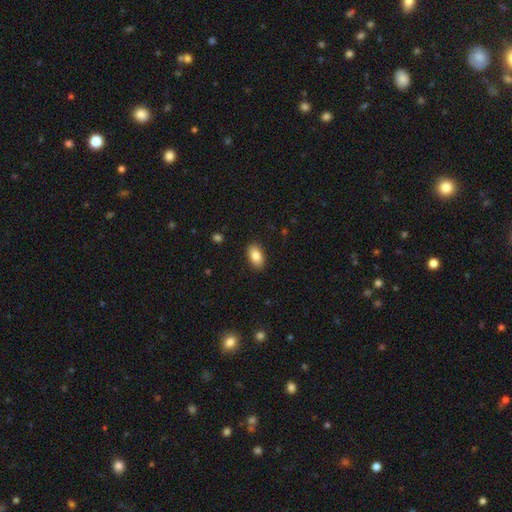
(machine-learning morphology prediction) smooth 85%, featured or disk 8%, star or artifact 7%. Down the decision tree: how rounded — in between (93%); merging — none (88%).